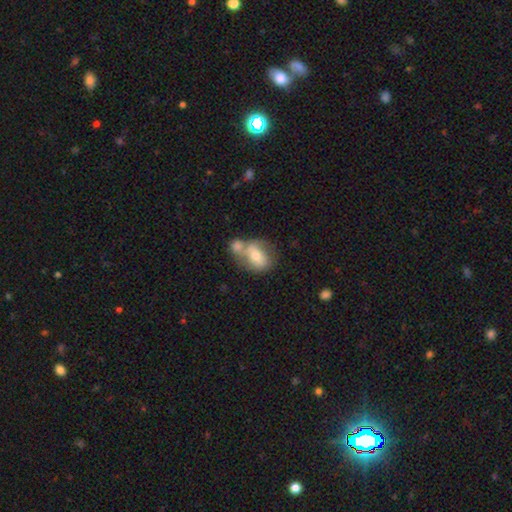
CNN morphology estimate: A smooth galaxy with no disk features (57%) that is in between round and cigar-shaped (70%). Merging: merger (51%).